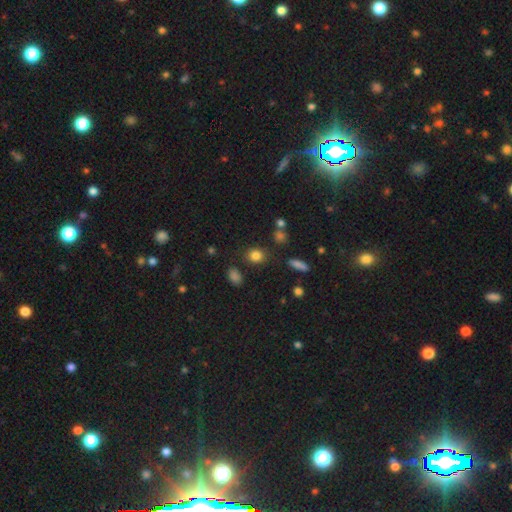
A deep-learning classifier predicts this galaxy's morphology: smooth 83%, star or artifact 12%, featured or disk 5%. Down the decision tree: how rounded — round (62%); merging — none (81%).